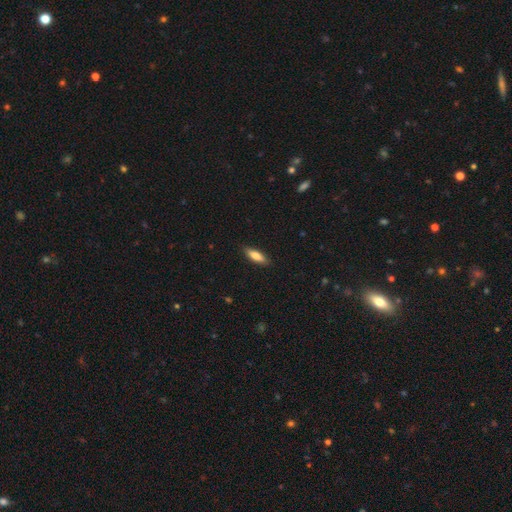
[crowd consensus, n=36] This is clearly a smooth galaxy (86%). How rounded: possibly cigar-shaped (52%). Merging: likely none (74%).